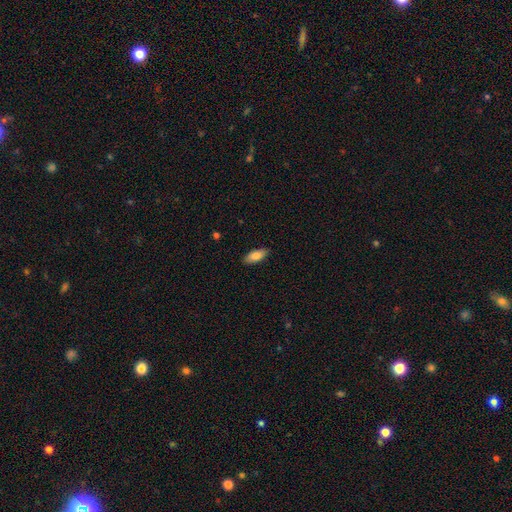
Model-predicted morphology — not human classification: Q: Smooth or featured?
A: smooth (80%); runner-up: featured or disk (13%)
Q: How rounded?
A: in between (82%); runner-up: cigar-shaped (16%)
Q: Merging?
A: none (88%); runner-up: minor disturbance (9%)